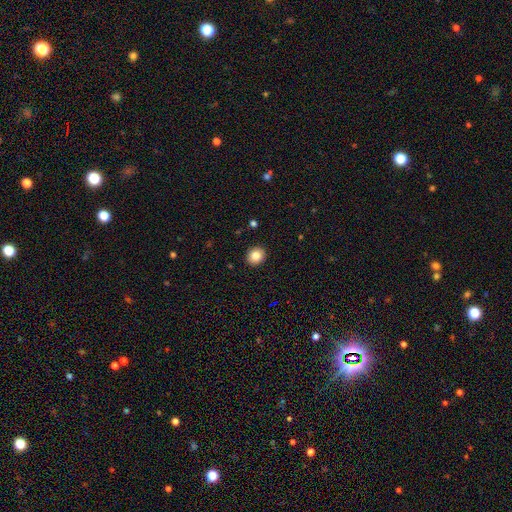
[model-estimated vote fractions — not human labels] Smooth or featured? Predicted: smooth (p=0.84). How rounded? Predicted: round (p=0.74). Merging? Predicted: none (p=0.92).